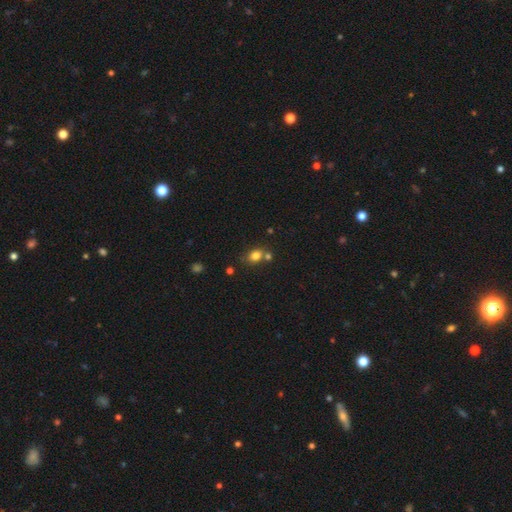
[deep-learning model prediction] Smooth or featured?
  - smooth: 80% *
  - star or artifact: 12%
  - featured or disk: 8%
How rounded?
  - in between: 51% *
  - round: 47%
  - cigar-shaped: 1%
Merging?
  - none: 59% *
  - merger: 25%
  - minor disturbance: 12%
  - major disturbance: 4%